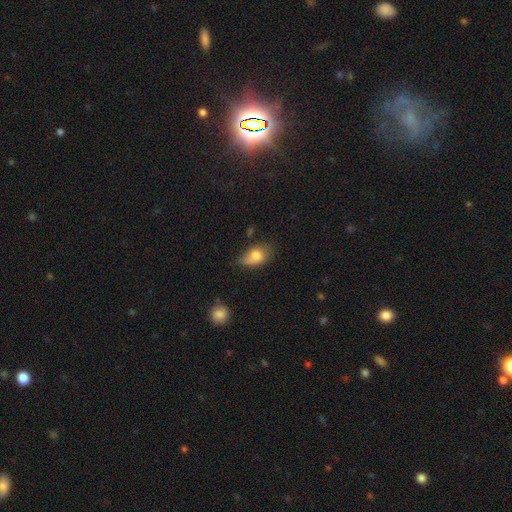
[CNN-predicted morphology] type=smooth (74%); roundness=in between (83%); merging=none (41%).